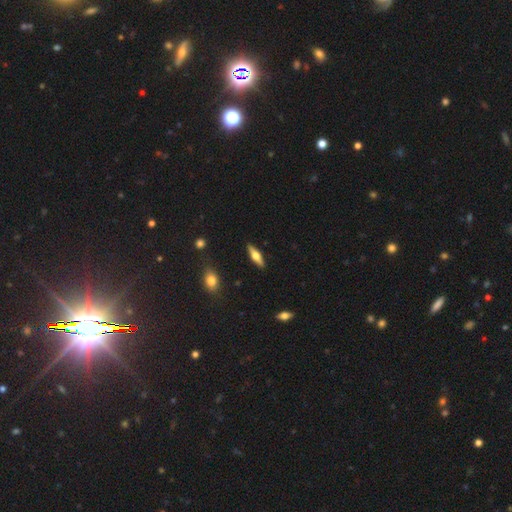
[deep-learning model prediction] This appears to be a featured or disk galaxy (56%) viewed edge-on (94%) with a rounded central bulge (94%). Merging: none (89%).